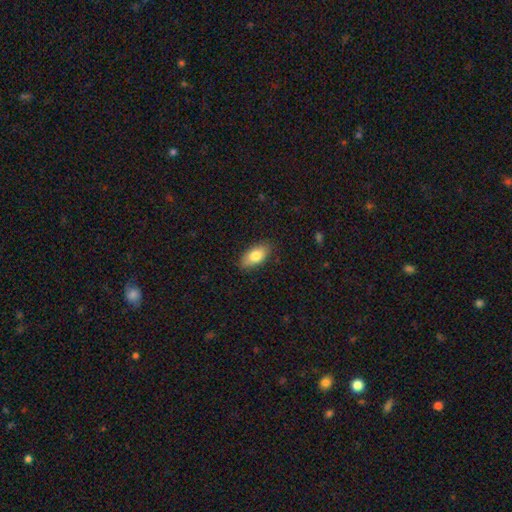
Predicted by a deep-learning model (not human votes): Q: Smooth or featured?
A: smooth (81%); runner-up: featured or disk (13%)
Q: How rounded?
A: in between (91%); runner-up: cigar-shaped (6%)
Q: Merging?
A: none (86%); runner-up: minor disturbance (11%)